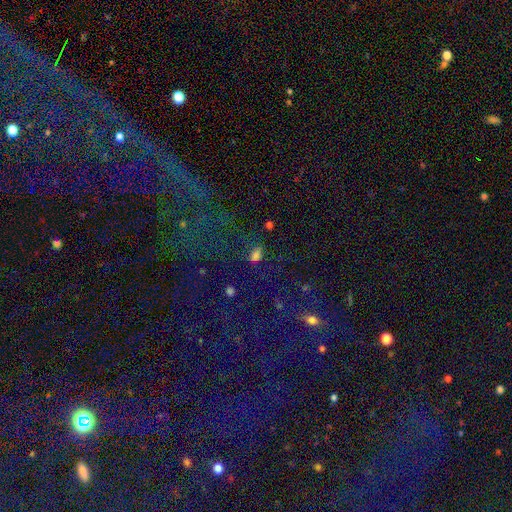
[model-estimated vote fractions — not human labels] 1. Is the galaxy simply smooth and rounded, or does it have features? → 69% smooth, 24% star or artifact, 7% featured or disk.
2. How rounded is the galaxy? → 86% in between, 11% round, 3% cigar-shaped.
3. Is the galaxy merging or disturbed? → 68% none, 18% minor disturbance, 9% major disturbance, 4% merger.